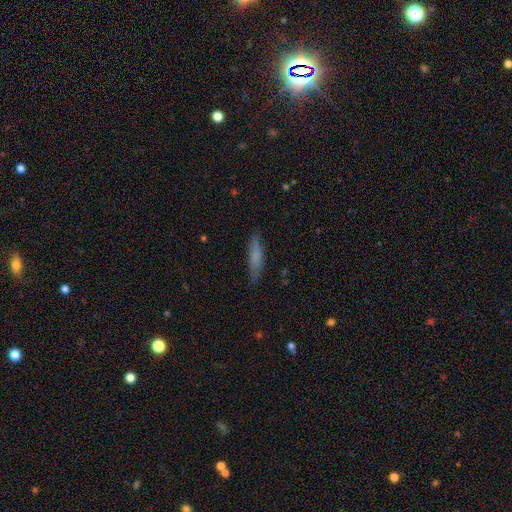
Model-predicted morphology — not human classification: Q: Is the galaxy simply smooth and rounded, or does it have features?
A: smooth — 71%.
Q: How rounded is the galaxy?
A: cigar-shaped — 78%.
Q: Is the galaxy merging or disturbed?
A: none — 80%.